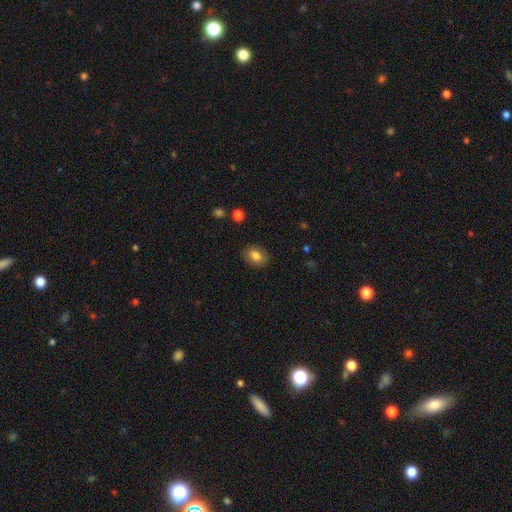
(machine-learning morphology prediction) A smooth galaxy with no disk features (80%) that is in between round and cigar-shaped (65%). Merging: none (86%).